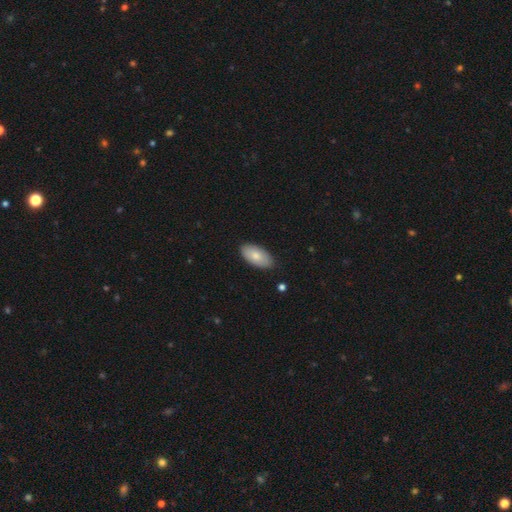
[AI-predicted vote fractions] Morphology: type=smooth (79%); roundness=in between (95%); merging=none (86%).